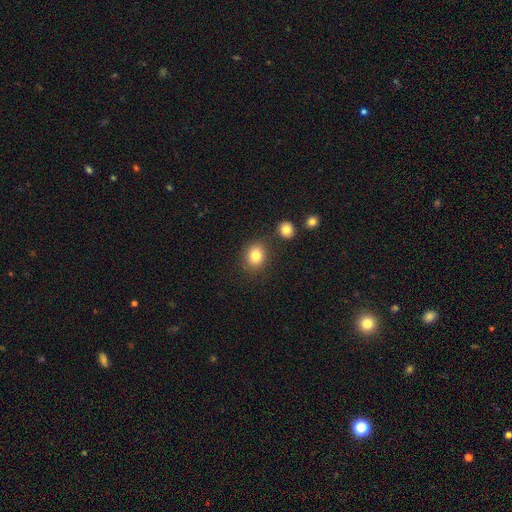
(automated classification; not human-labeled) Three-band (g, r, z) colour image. It shows a smooth galaxy with no disk features (81%) that is round (73%). Merging: none (84%).